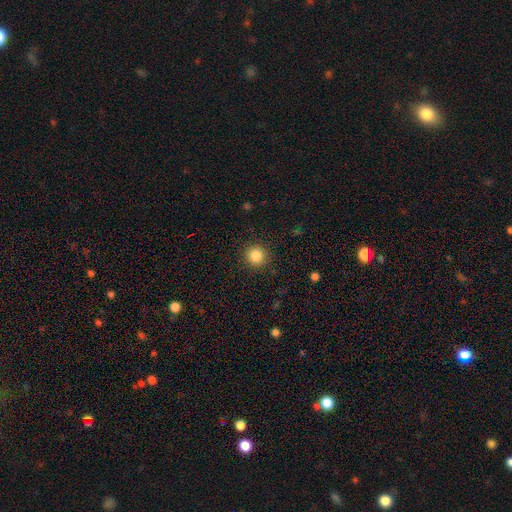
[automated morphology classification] type=smooth (85%); roundness=round (94%); merging=none (90%).